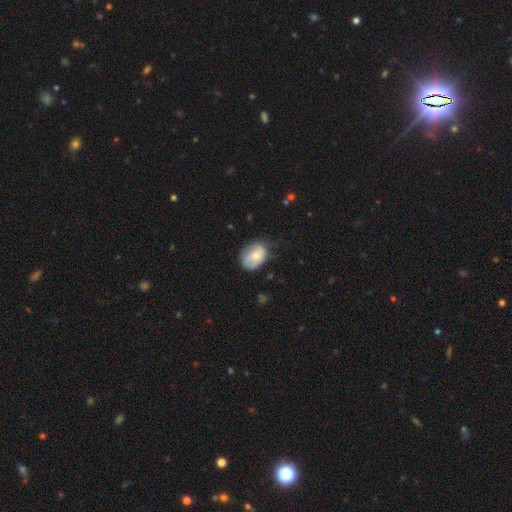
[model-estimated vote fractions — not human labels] Smooth or featured? smooth (63%)
How rounded? in between (66%)
Merging? none (53%)